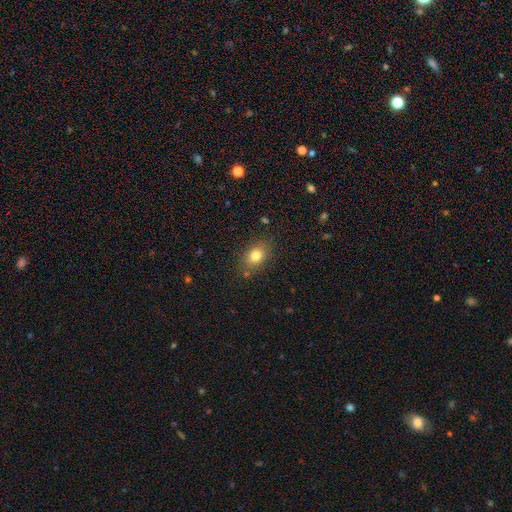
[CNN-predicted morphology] This appears to be a smooth galaxy with no disk features (79%) that is in between round and cigar-shaped (68%). Merging: none (81%).